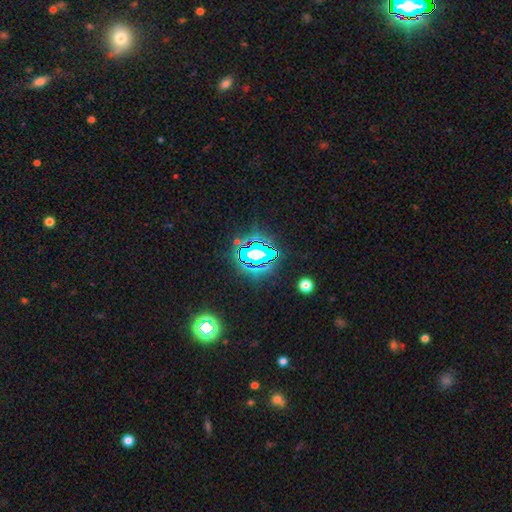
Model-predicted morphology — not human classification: Smooth or featured? star or artifact (69%)